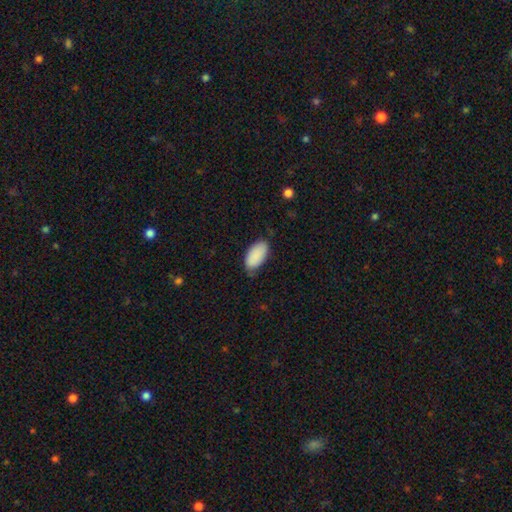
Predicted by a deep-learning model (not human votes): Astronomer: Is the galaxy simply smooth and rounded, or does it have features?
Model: smooth — 90%.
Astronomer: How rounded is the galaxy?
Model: in between — 95%.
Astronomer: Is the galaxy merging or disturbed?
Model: none — 68%.